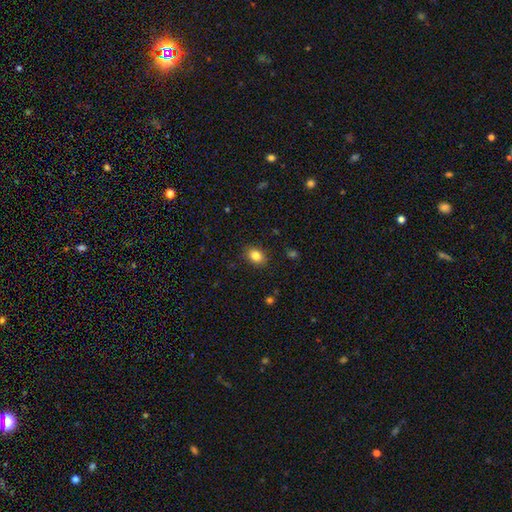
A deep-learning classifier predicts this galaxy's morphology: type=smooth (83%); roundness=in between (63%); merging=none (87%).